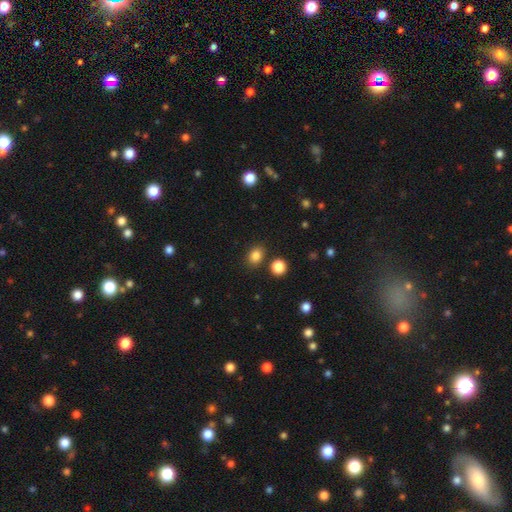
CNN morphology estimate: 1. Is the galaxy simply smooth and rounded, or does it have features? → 84% smooth, 12% star or artifact, 4% featured or disk.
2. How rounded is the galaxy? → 51% in between, 48% round, 1% cigar-shaped.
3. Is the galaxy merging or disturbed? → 82% none, 9% minor disturbance, 6% merger, 3% major disturbance.